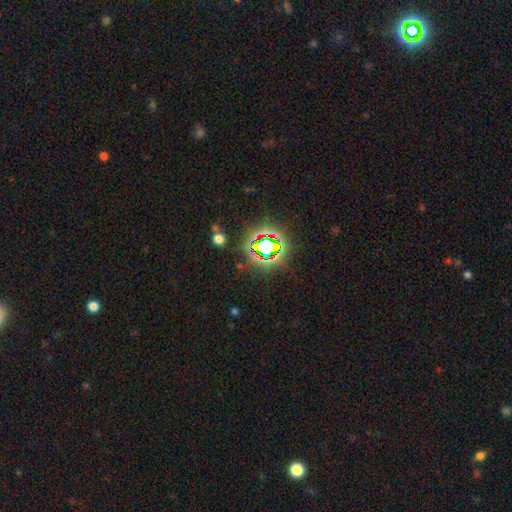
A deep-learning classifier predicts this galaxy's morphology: type=star or artifact (78%).